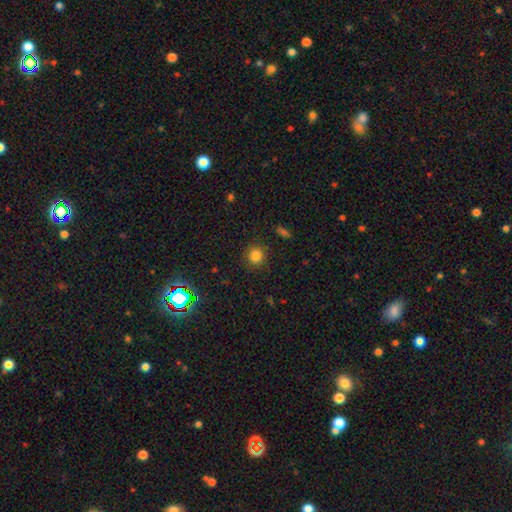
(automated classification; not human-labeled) Overall: smooth (80%). How rounded: round (91%). Merging: none (88%).